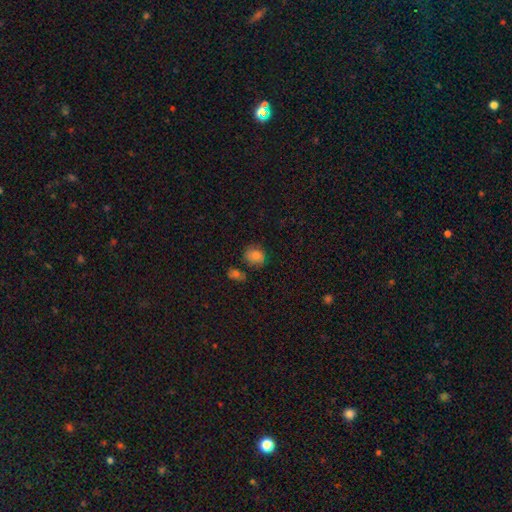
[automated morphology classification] Q: Smooth or featured?
A: smooth (75%); runner-up: featured or disk (13%)
Q: How rounded?
A: round (77%); runner-up: in between (22%)
Q: Merging?
A: none (70%); runner-up: minor disturbance (17%)